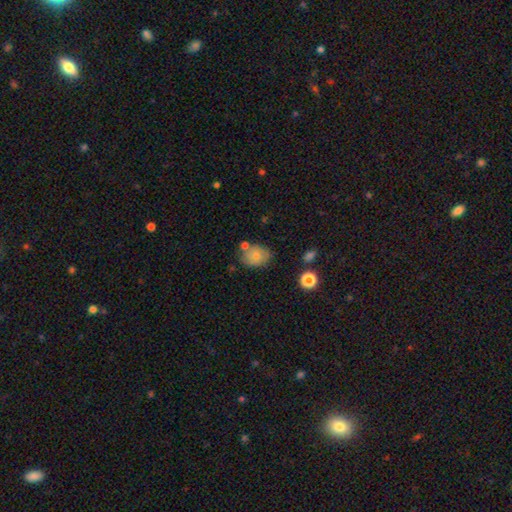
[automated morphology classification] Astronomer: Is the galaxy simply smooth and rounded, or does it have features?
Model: smooth — 75%.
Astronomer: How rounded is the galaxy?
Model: round — 50% (runner-up: in between, 49%).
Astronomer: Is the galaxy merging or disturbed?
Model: none — 64%.